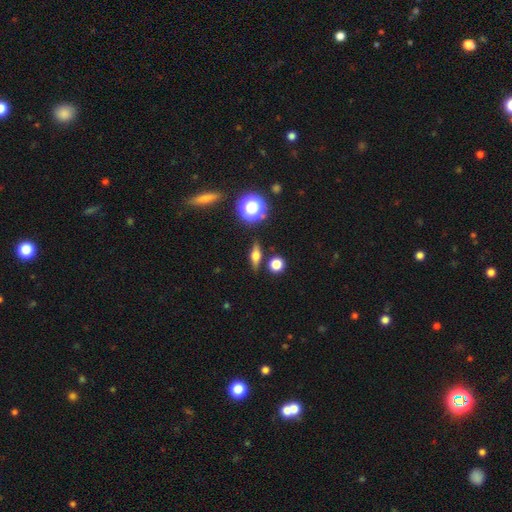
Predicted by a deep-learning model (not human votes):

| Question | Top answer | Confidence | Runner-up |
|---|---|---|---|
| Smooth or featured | smooth | 45% | featured or disk (42%) |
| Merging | none | 83% | minor disturbance (10%) |